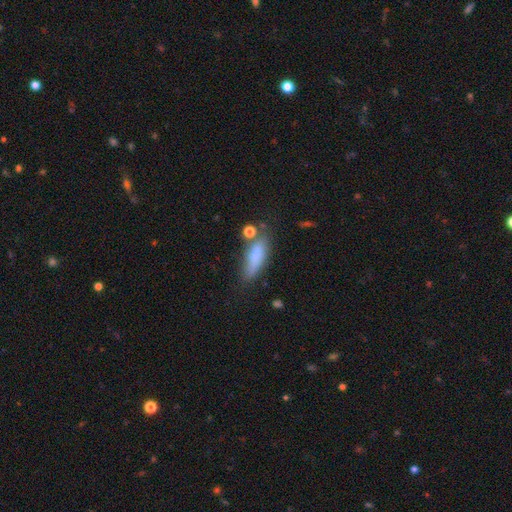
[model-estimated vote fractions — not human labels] A smooth galaxy with no disk features (80%) that is in between round and cigar-shaped (55%). Merging: none (62%).